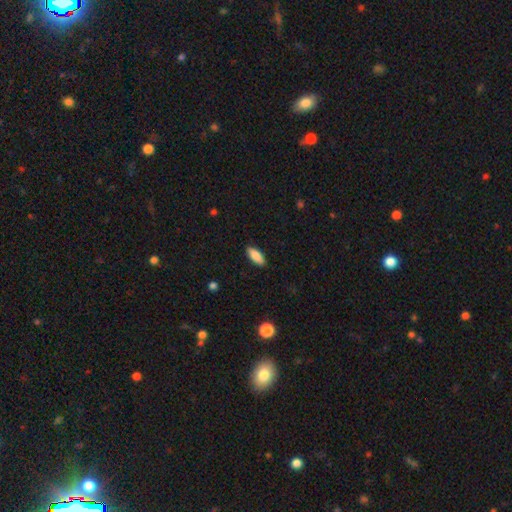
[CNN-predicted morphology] Smooth or featured? Predicted: smooth (p=0.85). How rounded? Predicted: in between (p=0.79). Merging? Predicted: none (p=0.89).